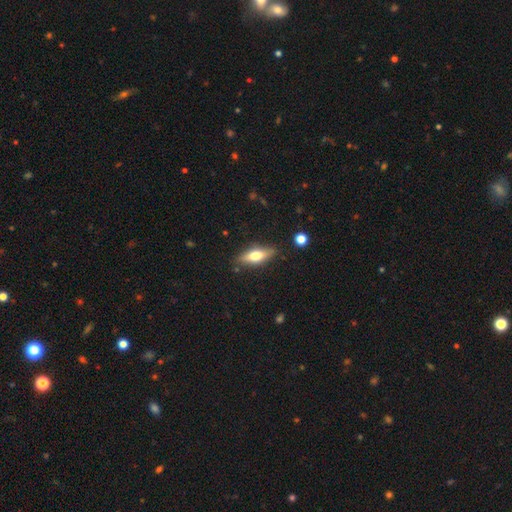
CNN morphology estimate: Smooth or featured?
  - smooth: 61% *
  - featured or disk: 32%
  - star or artifact: 7%
How rounded?
  - in between: 58% *
  - cigar-shaped: 39%
  - round: 3%
Merging?
  - none: 84% *
  - minor disturbance: 12%
  - major disturbance: 2%
  - merger: 2%